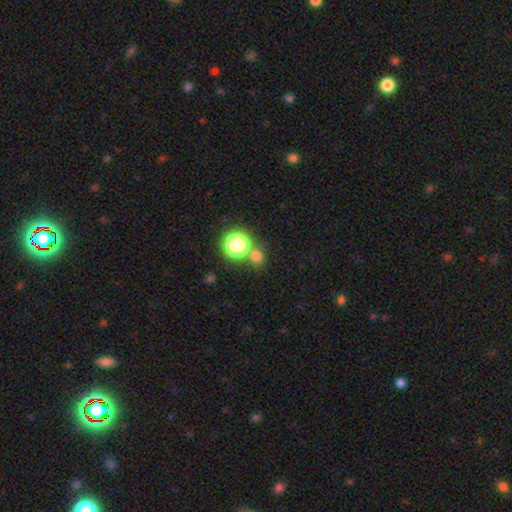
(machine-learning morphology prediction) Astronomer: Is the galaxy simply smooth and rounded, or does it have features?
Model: smooth — 70%.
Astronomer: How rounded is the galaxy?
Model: round — 83%.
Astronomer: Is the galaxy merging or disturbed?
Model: none — 68%.